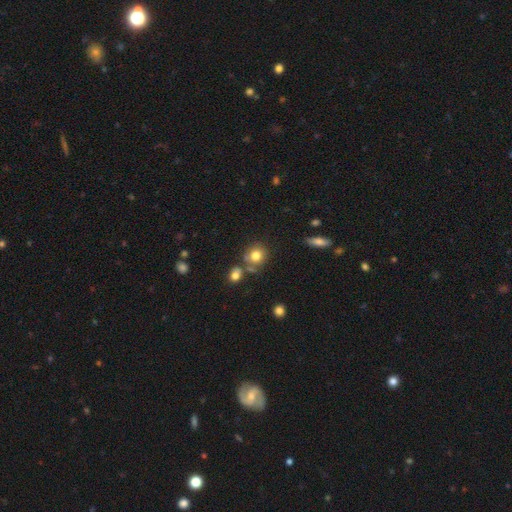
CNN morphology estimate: A smooth galaxy with no disk features (79%) that is round (80%).

Vote fractions:
- Smooth or featured? smooth: 79% / star or artifact: 11% / featured or disk: 9%
- How rounded? round: 80% / in between: 19% / cigar-shaped: 1%
- Merging? none: 66% / merger: 16% / minor disturbance: 13% / major disturbance: 5%